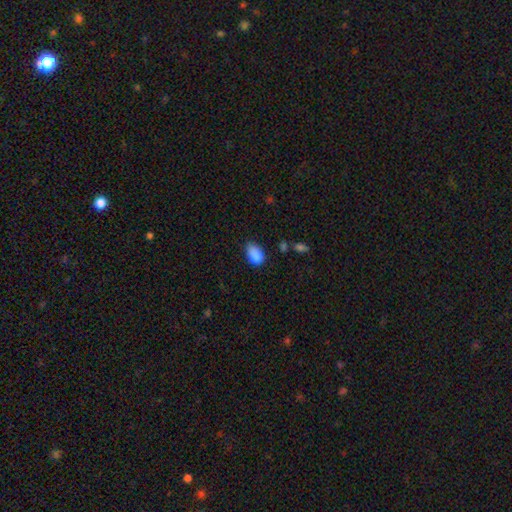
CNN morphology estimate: smooth-or-featured: smooth: 85% | star or artifact: 9% | featured or disk: 6%
  how-rounded: in between: 87% | round: 11% | cigar-shaped: 2%
  merging: none: 47% | minor disturbance: 39% | major disturbance: 10% | merger: 5%